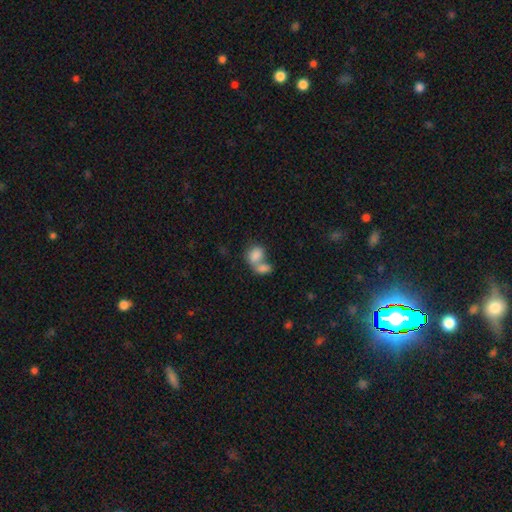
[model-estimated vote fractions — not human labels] smooth 82%, featured or disk 10%, star or artifact 8%. Down the decision tree: how rounded — in between (78%); merging — merger (68%).